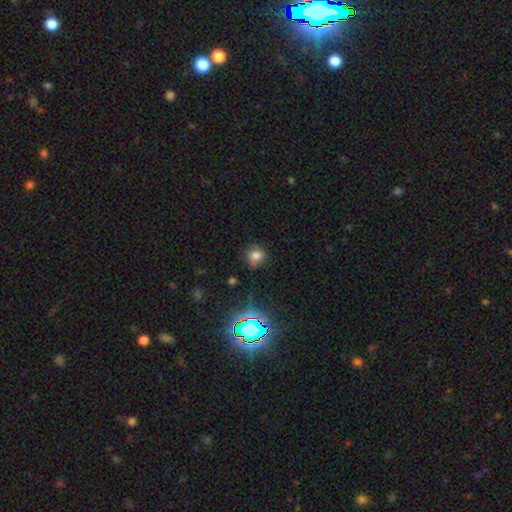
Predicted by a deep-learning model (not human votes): Smooth or featured? smooth (72%)
How rounded? round (76%)
Merging? none (72%)